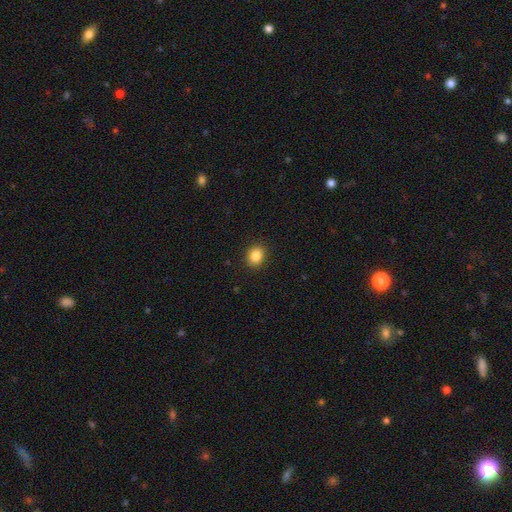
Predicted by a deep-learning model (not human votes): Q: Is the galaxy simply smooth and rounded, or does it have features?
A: smooth — 85%.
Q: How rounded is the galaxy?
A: round — 71%.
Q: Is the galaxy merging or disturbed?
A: none — 90%.